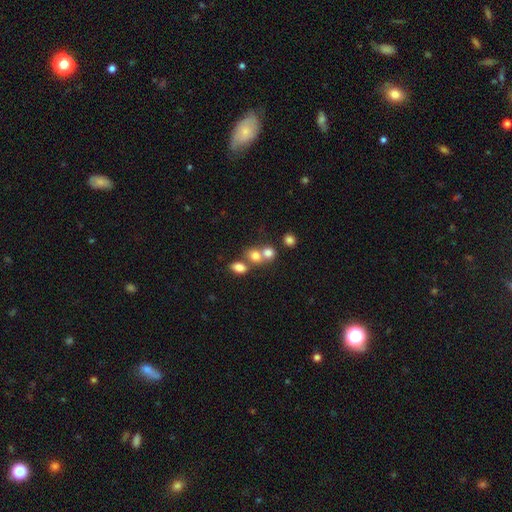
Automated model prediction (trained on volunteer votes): A smooth galaxy with no disk features (75%) that is round (57%).

Vote fractions:
- Smooth or featured? smooth: 75% / star or artifact: 13% / featured or disk: 12%
- How rounded? round: 57% / in between: 42% / cigar-shaped: 1%
- Merging? merger: 50% / none: 38% / minor disturbance: 8% / major disturbance: 4%